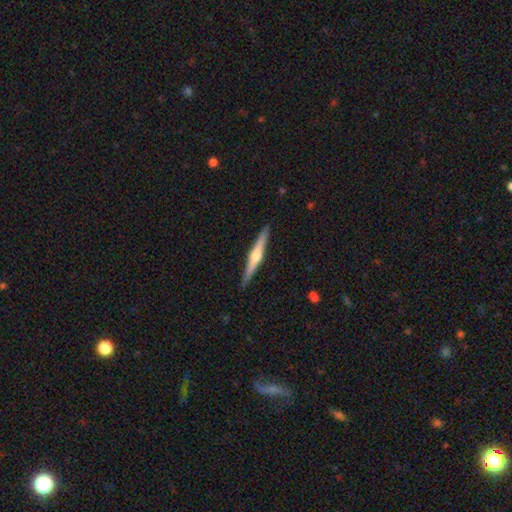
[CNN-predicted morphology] featured or disk 70%, smooth 25%, star or artifact 5%. Down the decision tree: edge-on disk — yes (98%); edge-on bulge — rounded (90%); merging — none (91%).